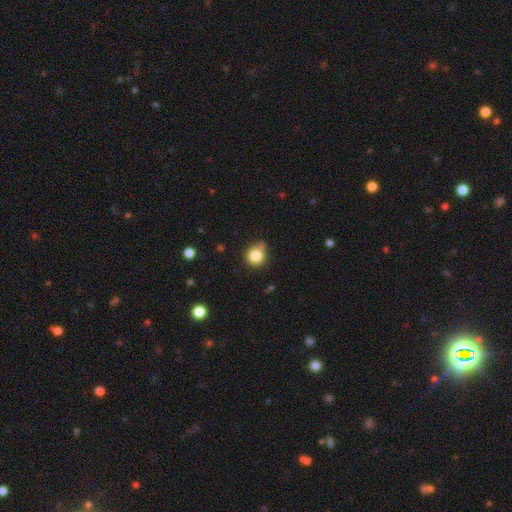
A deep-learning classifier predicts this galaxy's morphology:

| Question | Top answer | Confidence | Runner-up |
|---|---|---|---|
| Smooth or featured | smooth | 83% | star or artifact (11%) |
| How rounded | round | 86% | in between (13%) |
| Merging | none | 65% | minor disturbance (27%) |